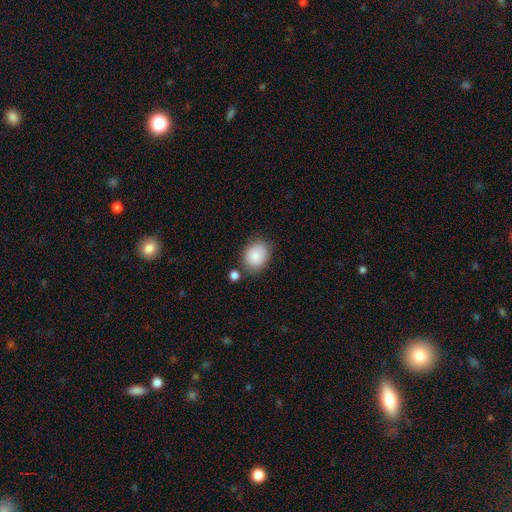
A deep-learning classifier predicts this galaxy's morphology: This is clearly a smooth galaxy (87%). How rounded: possibly round (52%). Merging: likely none (74%).